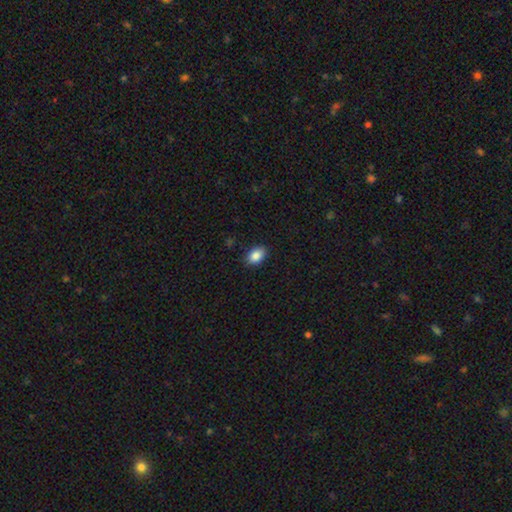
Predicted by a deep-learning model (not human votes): Smooth or featured? smooth (87%)
How rounded? in between (85%)
Merging? none (88%)